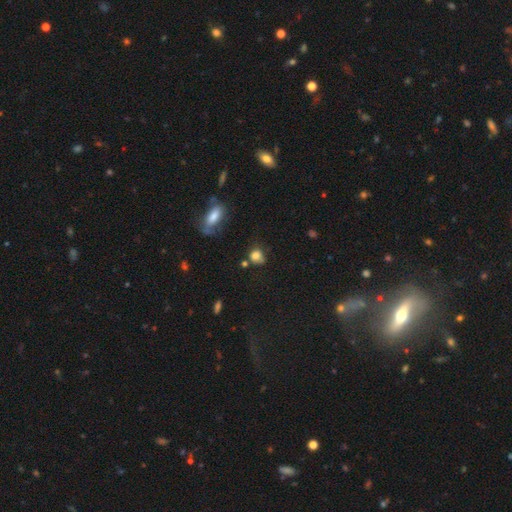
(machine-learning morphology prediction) type=smooth (81%); roundness=round (63%); merging=none (54%).